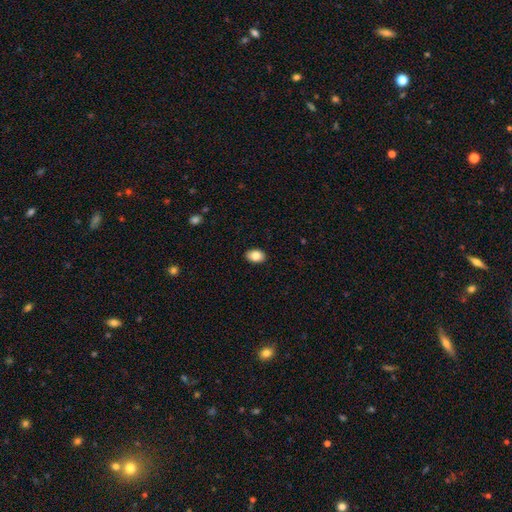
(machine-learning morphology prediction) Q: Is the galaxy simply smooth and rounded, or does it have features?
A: smooth — 87%.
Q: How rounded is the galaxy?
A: in between — 86%.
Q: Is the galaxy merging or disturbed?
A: none — 89%.